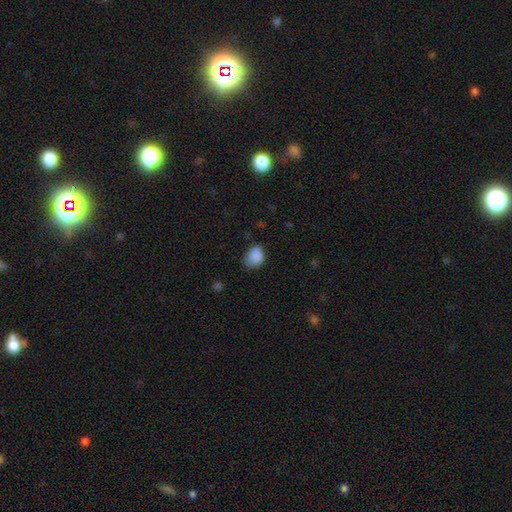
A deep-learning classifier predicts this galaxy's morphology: Smooth or featured? Predicted: smooth (p=0.85). How rounded? Predicted: in between (p=0.60). Merging? Predicted: none (p=0.55).